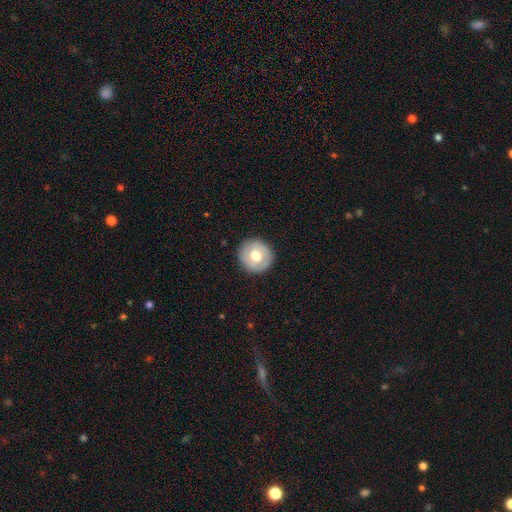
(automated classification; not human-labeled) Smooth or featured?
  - smooth: 57% *
  - featured or disk: 36%
  - star or artifact: 7%
How rounded?
  - round: 93% *
  - in between: 6%
  - cigar-shaped: 1%
Merging?
  - none: 89% *
  - minor disturbance: 8%
  - major disturbance: 3%
  - merger: 1%